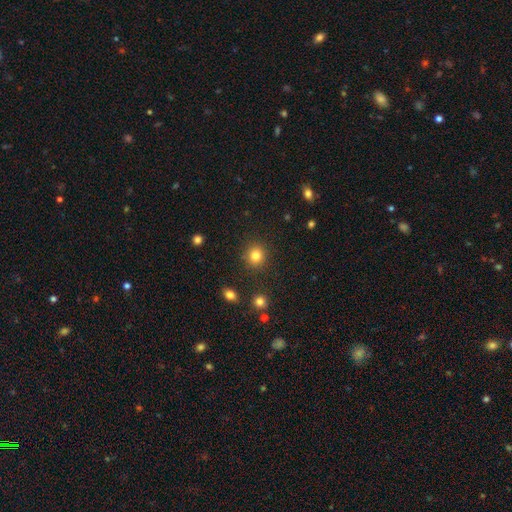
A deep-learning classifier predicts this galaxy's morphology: A smooth galaxy with no disk features (82%) that is round (90%). Merging: none (90%).